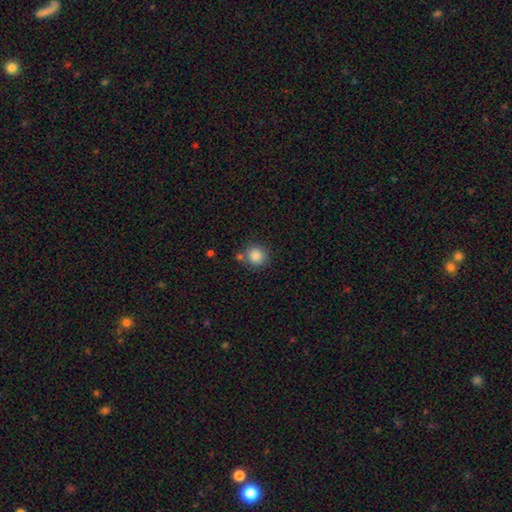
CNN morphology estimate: The model was most divided on "merging": none: 71%, merger: 13%, minor disturbance: 12%, major disturbance: 4%. More confident: how rounded — round (88%); smooth or featured — smooth (86%).